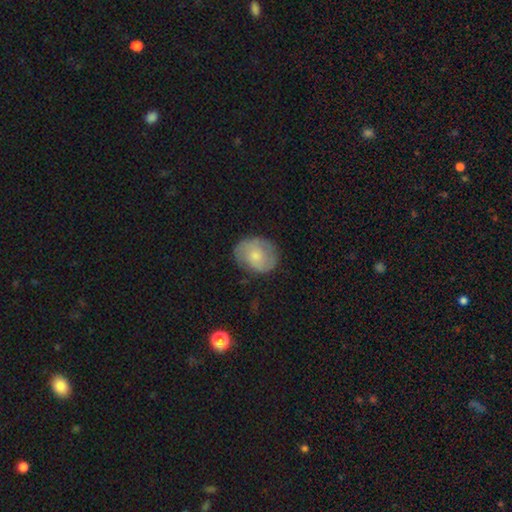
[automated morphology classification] The model was most divided on "smooth or featured": smooth: 49%, featured or disk: 44%, star or artifact: 7%. More confident: merging — none (72%).